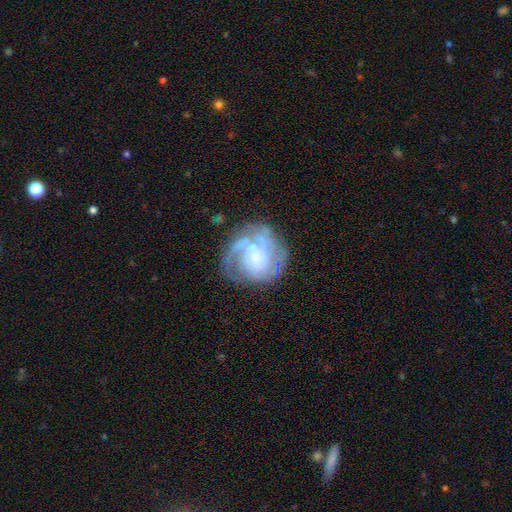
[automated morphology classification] type=featured or disk (76%); edge-on=no (98%); bar=no (70%); spiral arms=yes (89%); winding=tight (58%); arm count=can't tell (35%); bulge=small (46%); merging=none (66%).